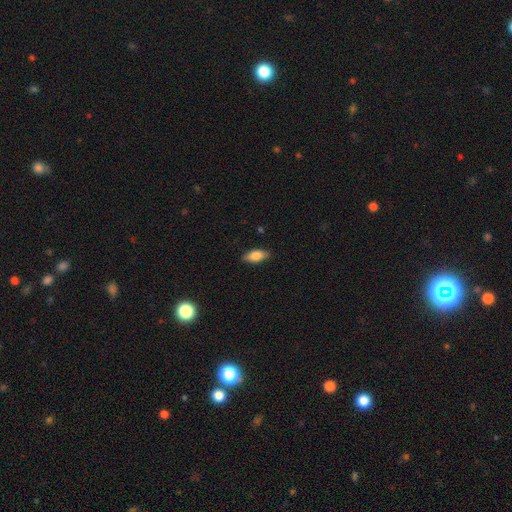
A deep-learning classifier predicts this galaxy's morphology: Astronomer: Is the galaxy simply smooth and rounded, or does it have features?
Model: smooth — 80%.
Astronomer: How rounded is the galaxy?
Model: in between — 84%.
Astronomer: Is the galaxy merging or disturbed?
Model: none — 85%.